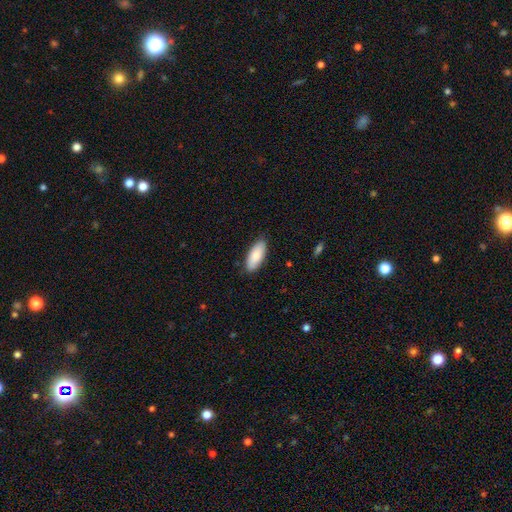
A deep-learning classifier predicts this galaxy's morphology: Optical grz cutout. It shows a smooth galaxy with no disk features (84%) that is in between round and cigar-shaped (82%). Merging: none (86%).